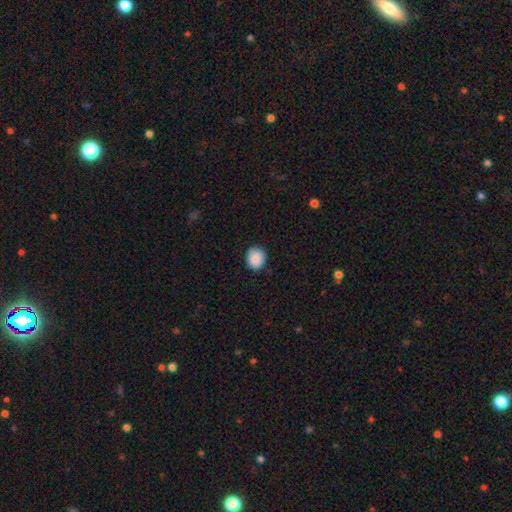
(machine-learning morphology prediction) smooth_or_featured: smooth (p=0.89) [alt: star or artifact p=0.08]
how_rounded: round (p=0.71) [alt: in between p=0.28]
merging: none (p=0.83) [alt: minor disturbance p=0.13]